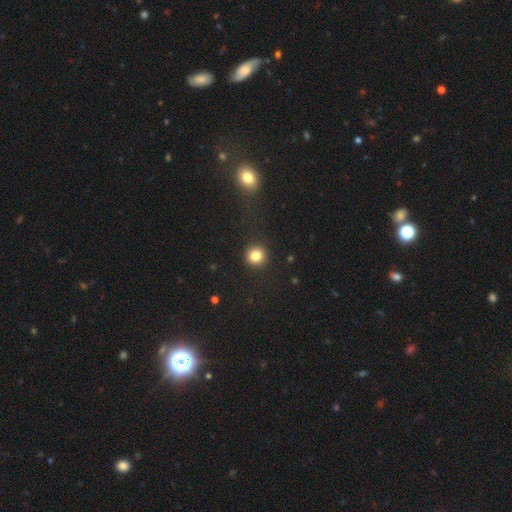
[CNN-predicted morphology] A smooth galaxy with no disk features (82%) that is round (93%).

Vote fractions:
- Smooth or featured? smooth: 82% / star or artifact: 12% / featured or disk: 6%
- How rounded? round: 93% / in between: 6% / cigar-shaped: 1%
- Merging? none: 92% / minor disturbance: 5% / major disturbance: 2% / merger: 1%